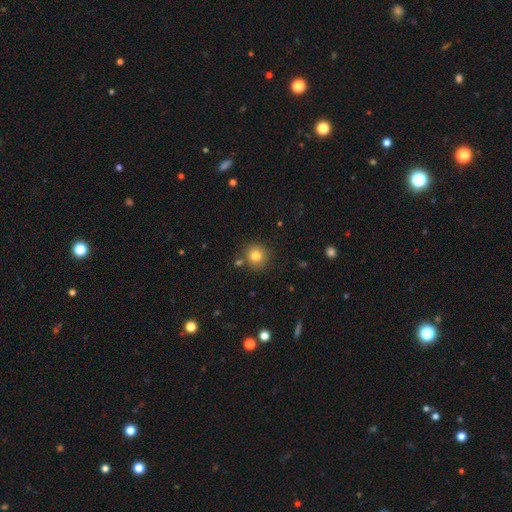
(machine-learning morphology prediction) Smooth or featured? Predicted: smooth (p=0.80). How rounded? Predicted: round (p=0.91). Merging? Predicted: none (p=0.82).